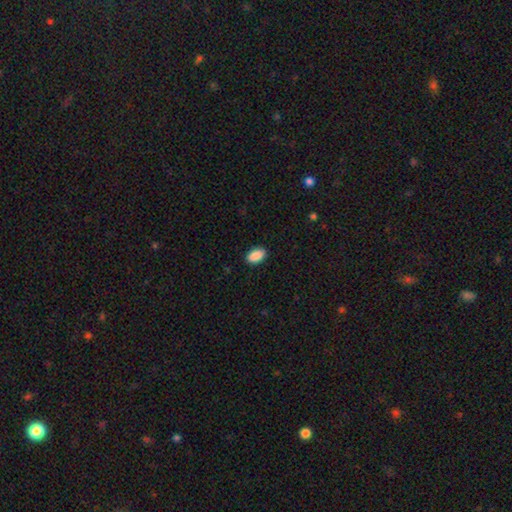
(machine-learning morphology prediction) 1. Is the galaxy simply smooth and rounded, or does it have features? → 90% smooth, 7% star or artifact, 3% featured or disk.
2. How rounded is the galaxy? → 93% in between, 5% round, 2% cigar-shaped.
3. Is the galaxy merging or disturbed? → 90% none, 8% minor disturbance, 2% major disturbance, 1% merger.